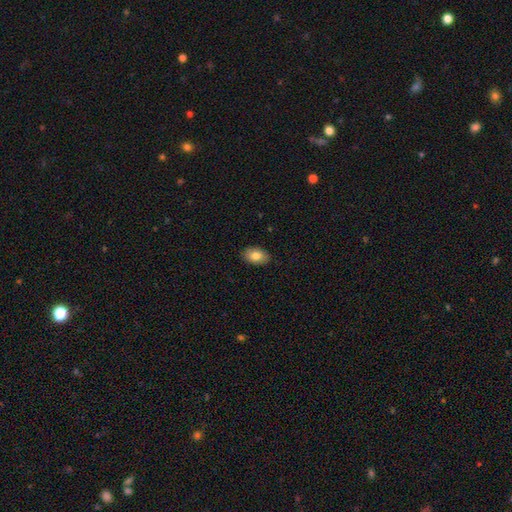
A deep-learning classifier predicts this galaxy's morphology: A smooth galaxy with no disk features (82%) that is in between round and cigar-shaped (90%).

Vote fractions:
- Smooth or featured? smooth: 82% / featured or disk: 11% / star or artifact: 7%
- How rounded? in between: 90% / round: 9% / cigar-shaped: 1%
- Merging? none: 88% / minor disturbance: 9% / major disturbance: 2% / merger: 1%